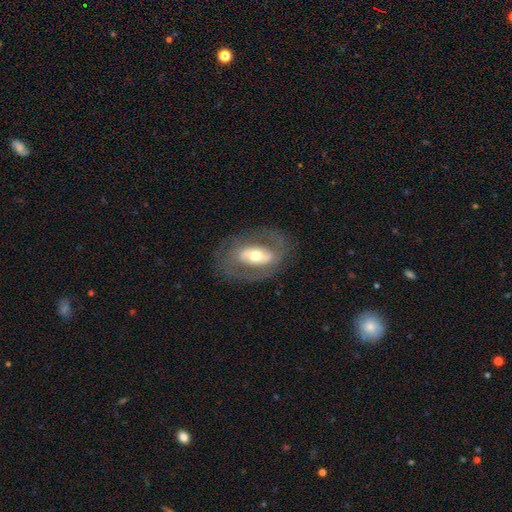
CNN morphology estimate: A featured or disk galaxy (72%) with a strong bar (39%), spiral arms (60%) and a moderate central bulge (64%).

Vote fractions:
- Smooth or featured? featured or disk: 72% / smooth: 22% / star or artifact: 6%
- Edge-on disk? no: 92% / yes: 8%
- Bar? strong: 39% / no: 31% / weak: 30%
- Spiral arms? yes: 60% / no: 40%
- Bulge size? moderate: 64% / small: 20% / large: 14% / dominant: 2% / none: 1%
- Merging? none: 74% / minor disturbance: 14% / major disturbance: 11% / merger: 1%